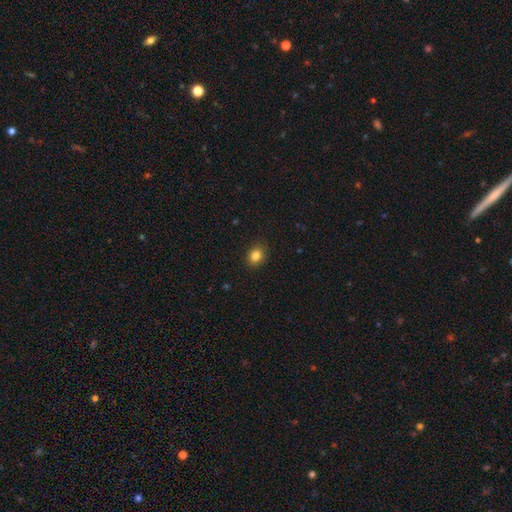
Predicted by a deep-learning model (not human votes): This is clearly a smooth galaxy (84%). How rounded: possibly round (56%). Merging: clearly none (88%).